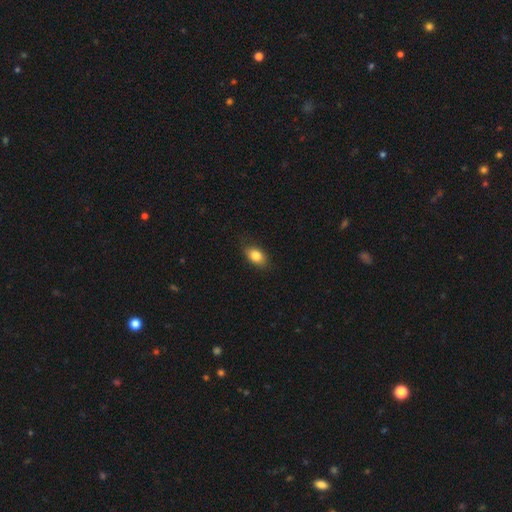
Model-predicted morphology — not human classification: The model was most divided on "merging": none: 82%, minor disturbance: 15%, major disturbance: 3%, merger: 1%. More confident: how rounded — in between (85%); smooth or featured — smooth (83%).